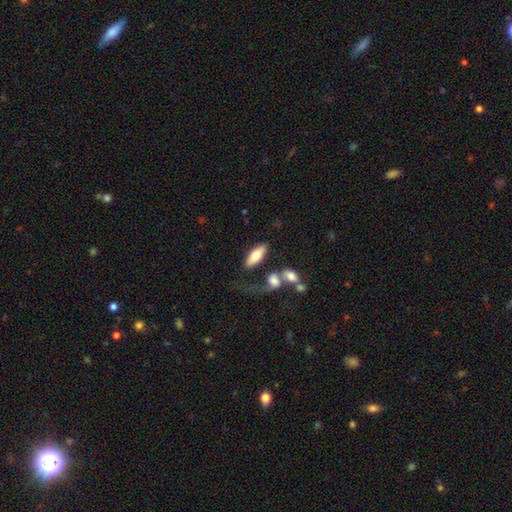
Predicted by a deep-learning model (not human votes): Smooth or featured? Predicted: smooth (p=0.69). How rounded? Predicted: in between (p=0.80). Merging? Predicted: none (p=0.62).